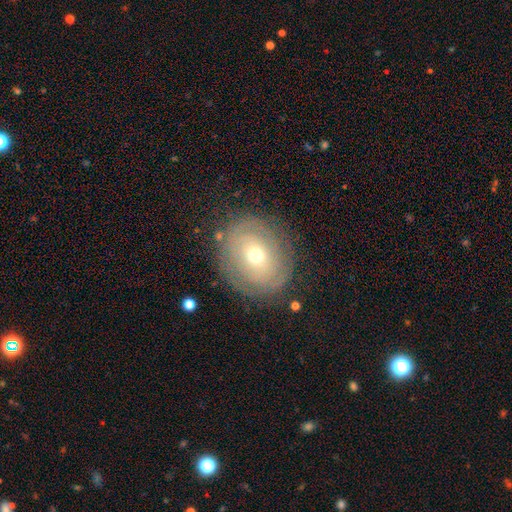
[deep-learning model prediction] A featured or disk galaxy (59%) with no bar (76%), spiral arms (63%) and a moderate central bulge (55%).

Vote fractions:
- Smooth or featured? featured or disk: 59% / smooth: 31% / star or artifact: 9%
- Edge-on disk? no: 95% / yes: 5%
- Bar? no: 76% / weak: 18% / strong: 6%
- Spiral arms? yes: 63% / no: 37%
- Bulge size? moderate: 55% / small: 40% / large: 3% / dominant: 1% / none: 1%
- Merging? none: 80% / minor disturbance: 13% / major disturbance: 6% / merger: 1%